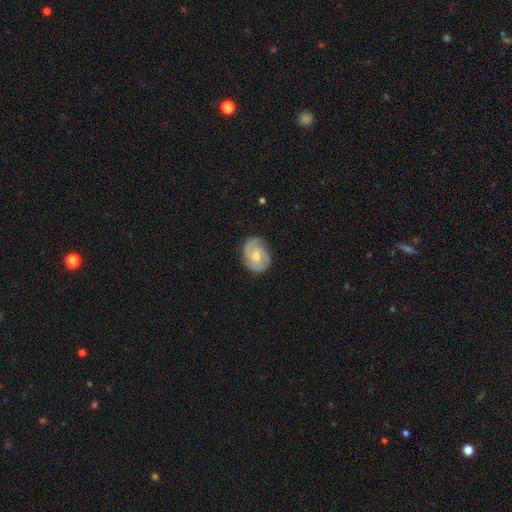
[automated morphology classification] Smooth or featured? Predicted: featured or disk (p=0.80). Edge-on disk? Predicted: no (p=0.98). Bar? Predicted: no (p=0.50). Spiral arms? Predicted: yes (p=0.96). Spiral winding? Predicted: tight (p=0.50). Spiral arm count? Predicted: 2 (p=0.58). Bulge size? Predicted: small (p=0.50). Merging? Predicted: none (p=0.74).